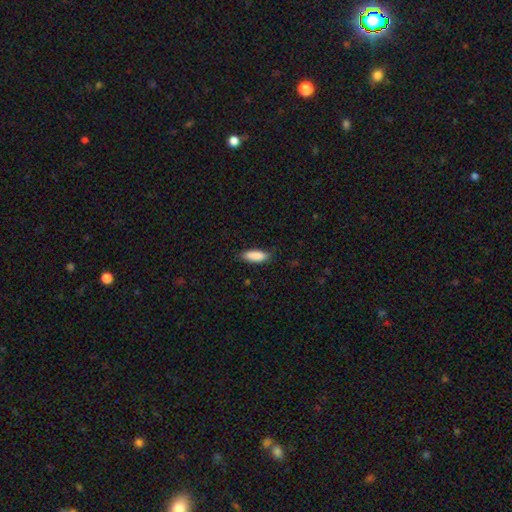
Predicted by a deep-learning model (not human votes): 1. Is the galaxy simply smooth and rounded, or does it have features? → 89% smooth, 6% star or artifact, 5% featured or disk.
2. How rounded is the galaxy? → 68% in between, 30% cigar-shaped, 2% round.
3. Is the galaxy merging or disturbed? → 79% none, 17% minor disturbance, 3% major disturbance, 1% merger.